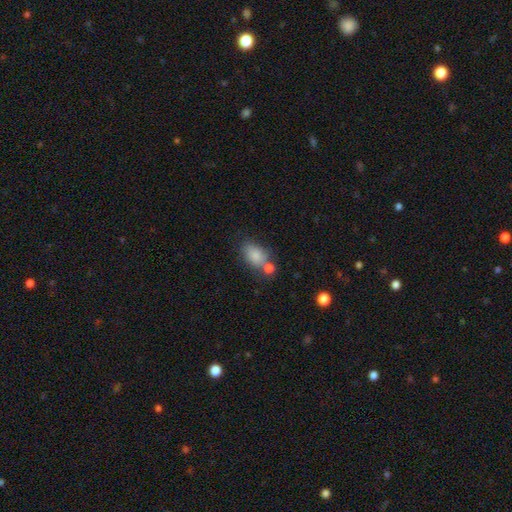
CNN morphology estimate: smooth_or_featured: smooth (p=0.83) [alt: star or artifact p=0.09]
how_rounded: in between (p=0.85) [alt: round p=0.13]
merging: none (p=0.48) [alt: merger p=0.29]